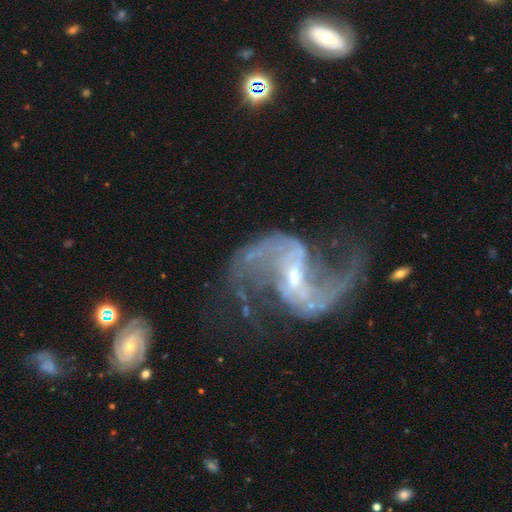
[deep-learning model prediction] Q: Smooth or featured?
A: featured or disk (92%); runner-up: star or artifact (5%)
Q: Edge-on disk?
A: no (98%); runner-up: yes (2%)
Q: Bar?
A: weak (41%); runner-up: strong (33%)
Q: Spiral arms?
A: yes (97%); runner-up: no (3%)
Q: Spiral winding?
A: loose (67%); runner-up: medium (27%)
Q: Spiral arm count?
A: 2 (93%); runner-up: can't tell (2%)
Q: Bulge size?
A: small (76%); runner-up: moderate (20%)
Q: Merging?
A: none (57%); runner-up: major disturbance (21%)